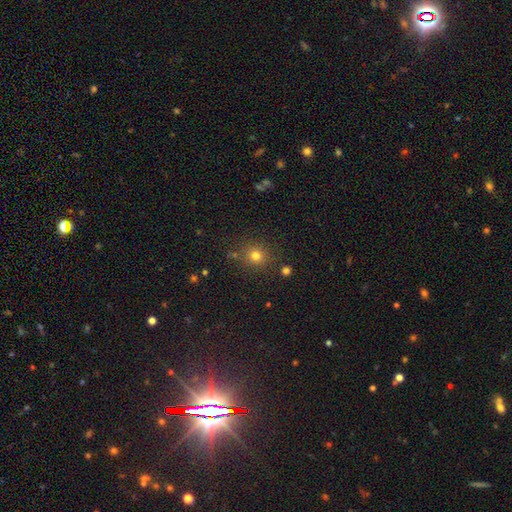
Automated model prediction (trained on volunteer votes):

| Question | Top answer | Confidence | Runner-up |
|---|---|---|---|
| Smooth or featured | smooth | 76% | star or artifact (17%) |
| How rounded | round | 88% | in between (11%) |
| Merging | none | 83% | minor disturbance (10%) |